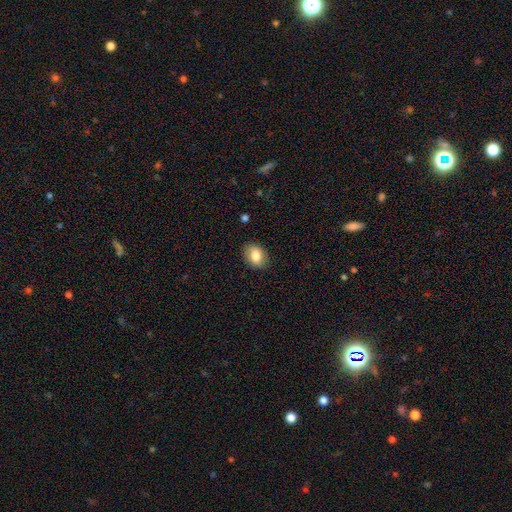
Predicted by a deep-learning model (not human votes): smooth-or-featured: smooth: 83% | featured or disk: 9% | star or artifact: 8%
  how-rounded: in between: 73% | round: 26% | cigar-shaped: 1%
  merging: none: 87% | minor disturbance: 10% | major disturbance: 2% | merger: 1%